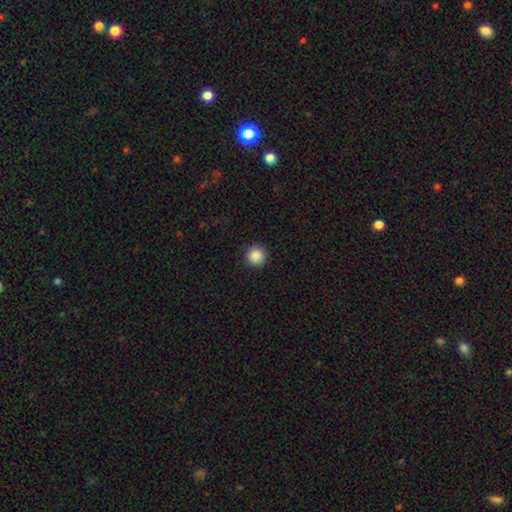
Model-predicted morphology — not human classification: smooth-or-featured: smooth: 87% | star or artifact: 10% | featured or disk: 3%
  how-rounded: round: 96% | in between: 3% | cigar-shaped: 1%
  merging: none: 93% | minor disturbance: 5% | major disturbance: 2% | merger: 1%